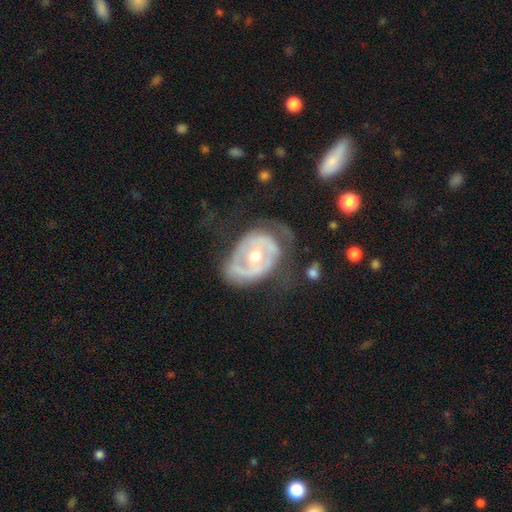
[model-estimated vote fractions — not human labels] Smooth or featured?
  - featured or disk: 77% *
  - smooth: 18%
  - star or artifact: 5%
Edge-on disk?
  - no: 95% *
  - yes: 5%
Bar?
  - no: 61% *
  - weak: 26%
  - strong: 13%
Spiral arms?
  - yes: 58% *
  - no: 42%
Bulge size?
  - moderate: 70% *
  - small: 24%
  - large: 4%
  - none: 1%
  - dominant: 1%
Merging?
  - none: 44% *
  - major disturbance: 28%
  - minor disturbance: 26%
  - merger: 3%